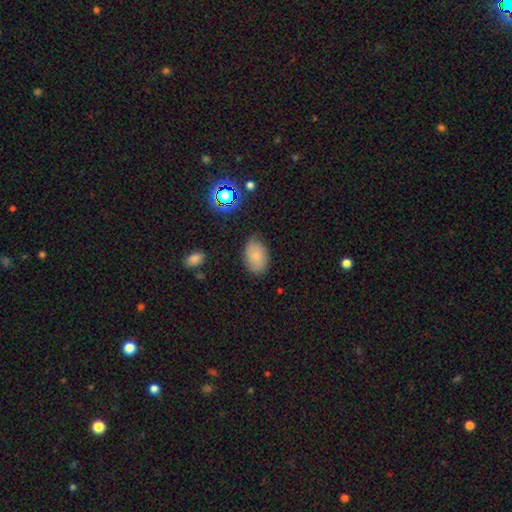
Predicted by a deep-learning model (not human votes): smooth-or-featured: smooth: 78% | featured or disk: 12% | star or artifact: 10%
  how-rounded: in between: 88% | round: 11% | cigar-shaped: 1%
  merging: none: 79% | minor disturbance: 16% | major disturbance: 4% | merger: 2%